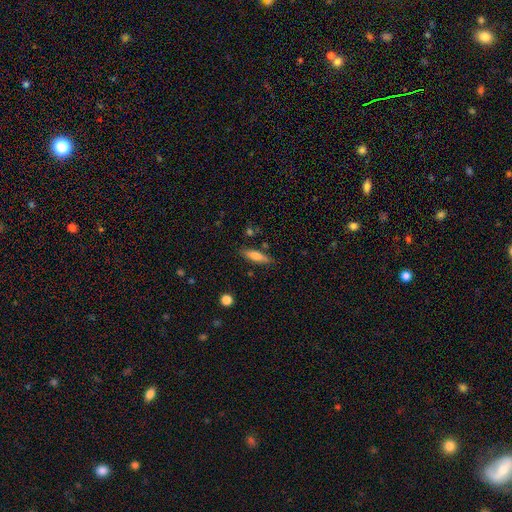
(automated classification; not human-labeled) The model was most divided on "how rounded": cigar-shaped: 64%, in between: 34%, round: 2%. More confident: merging — none (81%); smooth or featured — smooth (66%).